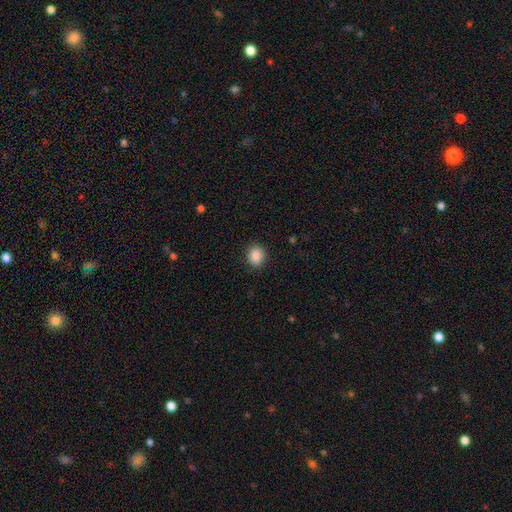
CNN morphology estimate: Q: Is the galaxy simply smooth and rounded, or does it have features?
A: smooth — 88%.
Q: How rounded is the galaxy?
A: round — 65%.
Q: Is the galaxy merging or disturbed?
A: none — 89%.